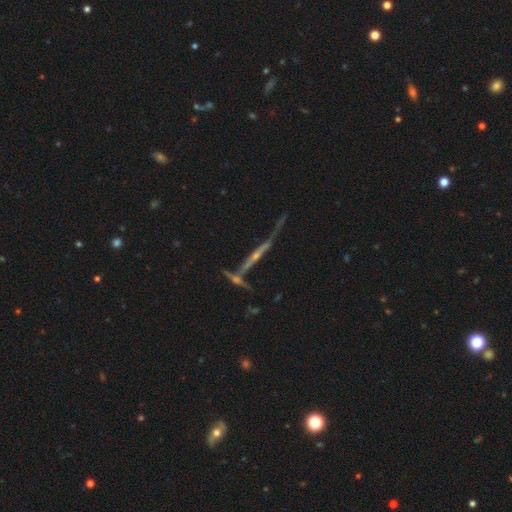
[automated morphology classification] smooth-or-featured: featured or disk: 77% | star or artifact: 13% | smooth: 10%
  disk-edge-on: yes: 89% | no: 11%
    edge-on-bulge: rounded: 72% | none: 21% | boxy: 7%
  merging: none: 54% | merger: 21% | minor disturbance: 15% | major disturbance: 10%